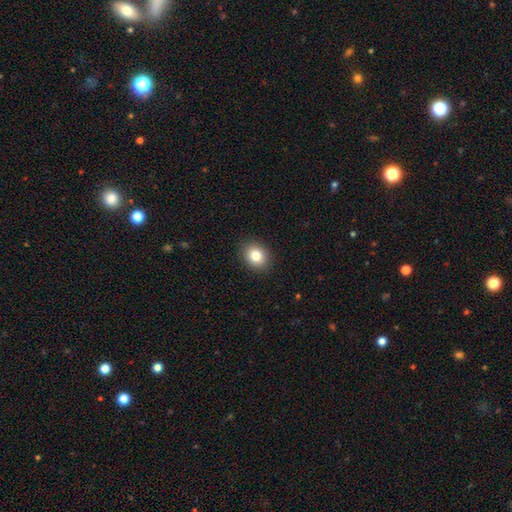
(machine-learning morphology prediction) A smooth galaxy with no disk features (82%) that is round (51%). Merging: none (90%).